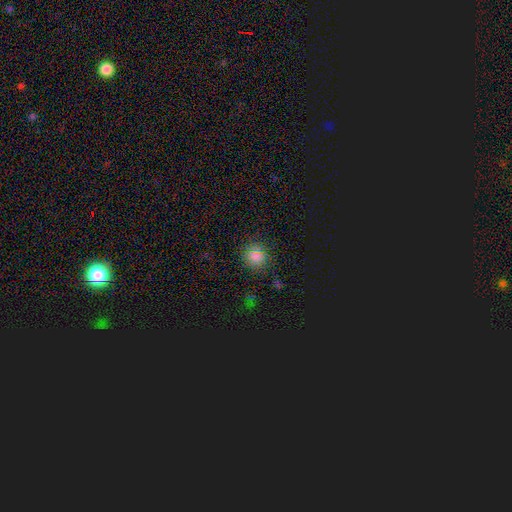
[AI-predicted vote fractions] Morphology: type=smooth (73%); roundness=round (84%); merging=none (84%).